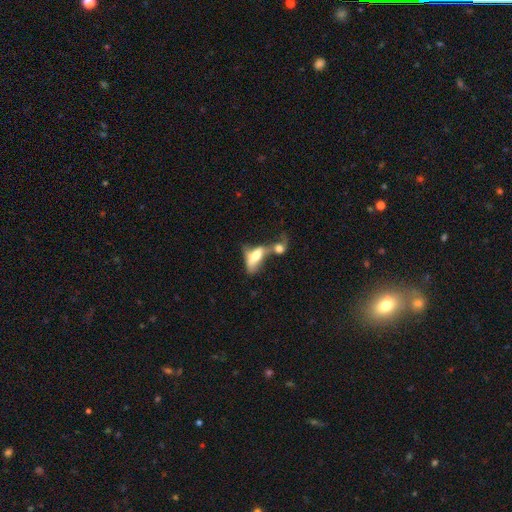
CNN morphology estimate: A smooth galaxy with no disk features (54%) that is in between round and cigar-shaped (77%). Merging: merger (71%).